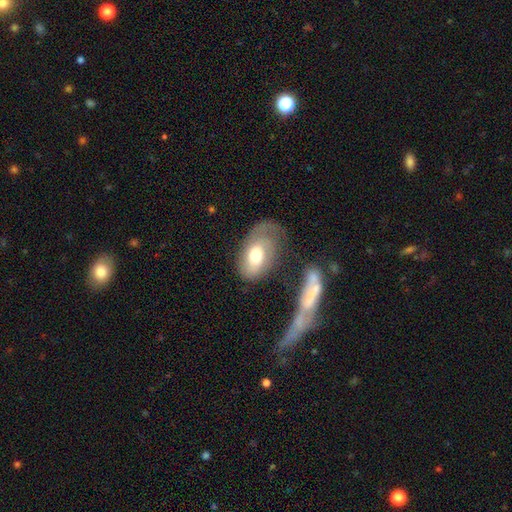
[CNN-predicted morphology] type=smooth (52%); roundness=in between (89%); merging=none (39%).